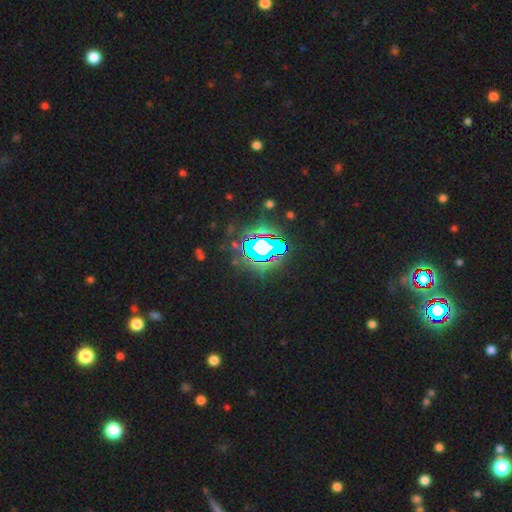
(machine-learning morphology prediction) Smooth or featured: star or artifact — 83% (smooth — 10%)